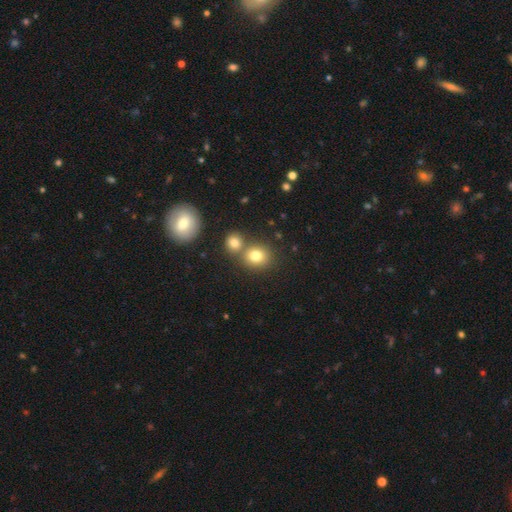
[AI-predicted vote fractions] smooth 79%, star or artifact 12%, featured or disk 9%. Down the decision tree: how rounded — round (76%); merging — none (59%).